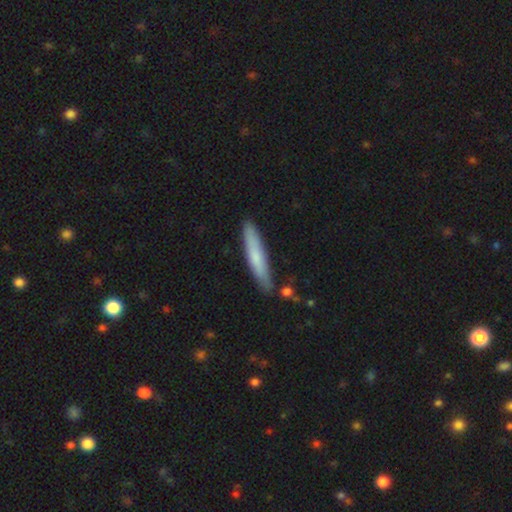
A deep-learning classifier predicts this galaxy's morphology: smooth 70%, featured or disk 25%, star or artifact 5%. Down the decision tree: how rounded — cigar-shaped (91%); merging — none (85%).